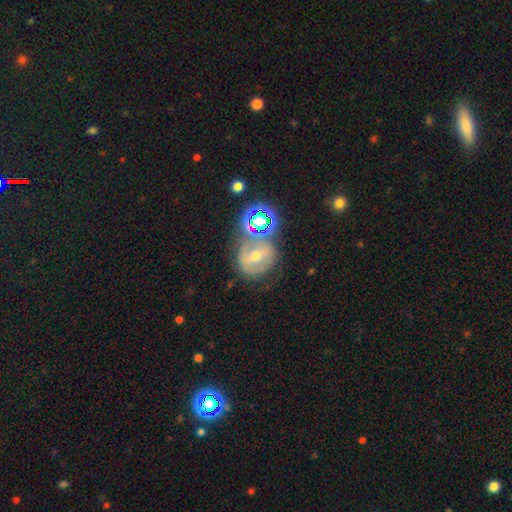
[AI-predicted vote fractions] Smooth or featured?
  - featured or disk: 49% *
  - smooth: 29%
  - star or artifact: 22%
Merging?
  - none: 56% *
  - merger: 21%
  - minor disturbance: 15%
  - major disturbance: 8%